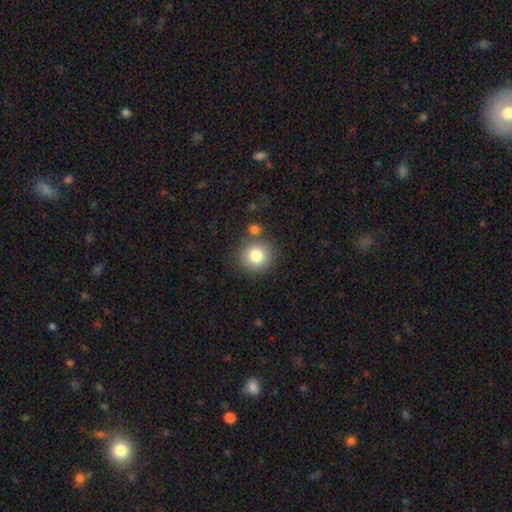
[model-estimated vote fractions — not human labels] This appears to be a smooth galaxy with no disk features (80%) that is round (89%). Merging: none (77%).